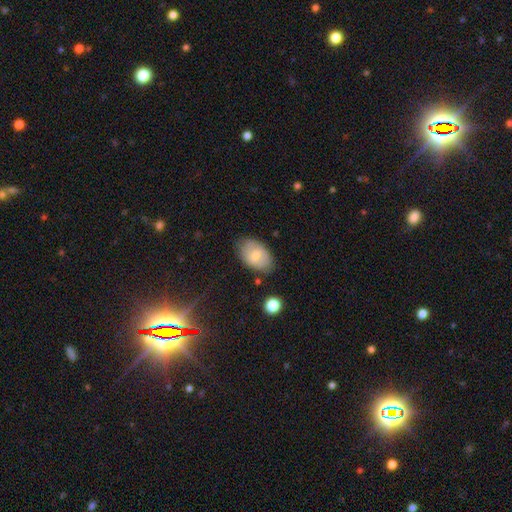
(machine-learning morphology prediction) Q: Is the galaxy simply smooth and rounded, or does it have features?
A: smooth — 67%.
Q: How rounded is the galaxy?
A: in between — 90%.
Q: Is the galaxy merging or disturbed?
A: none — 74%.